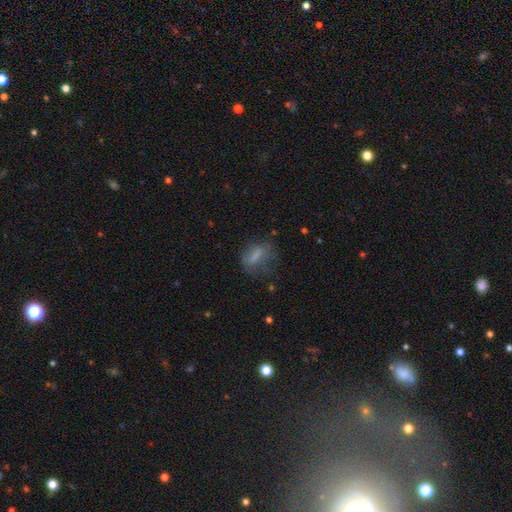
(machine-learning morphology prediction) smooth-or-featured: smooth: 64% | featured or disk: 25% | star or artifact: 11%
  how-rounded: in between: 68% | cigar-shaped: 16% | round: 16%
  merging: none: 51% | minor disturbance: 25% | major disturbance: 21% | merger: 2%